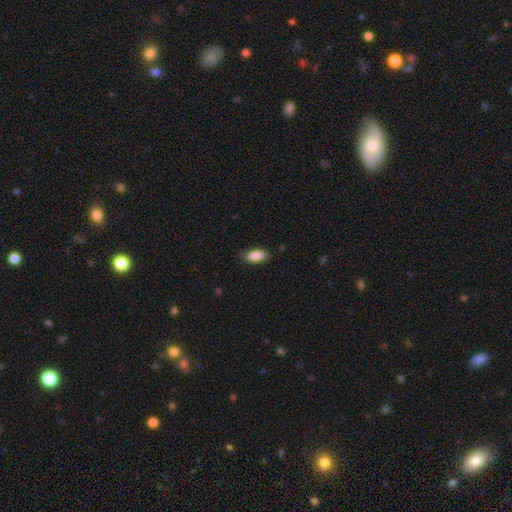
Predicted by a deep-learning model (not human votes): A smooth galaxy with no disk features (88%) that is in between round and cigar-shaped (90%).

Vote fractions:
- Smooth or featured? smooth: 88% / star or artifact: 7% / featured or disk: 5%
- How rounded? in between: 90% / cigar-shaped: 7% / round: 3%
- Merging? none: 79% / minor disturbance: 17% / major disturbance: 3% / merger: 1%